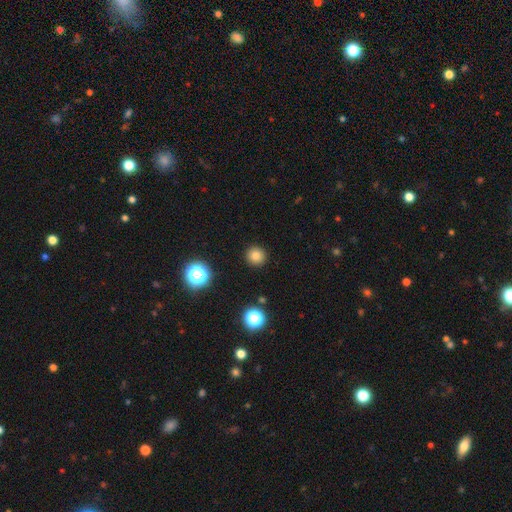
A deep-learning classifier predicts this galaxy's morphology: This appears to be a smooth galaxy with no disk features (81%) that is round (94%). Merging: none (92%).